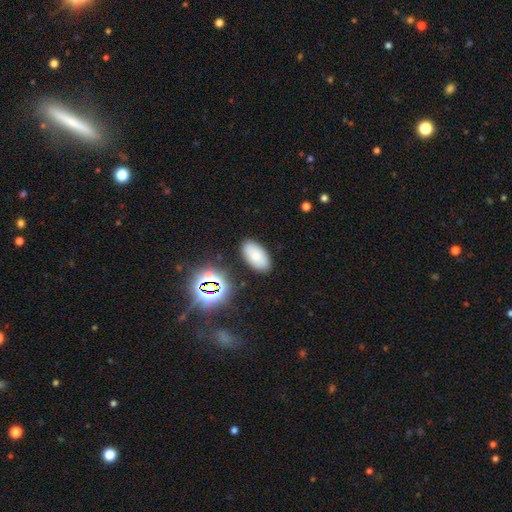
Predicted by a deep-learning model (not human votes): A smooth galaxy with no disk features (77%) that is in between round and cigar-shaped (94%).

Vote fractions:
- Smooth or featured? smooth: 77% / star or artifact: 13% / featured or disk: 9%
- How rounded? in between: 94% / round: 3% / cigar-shaped: 3%
- Merging? none: 85% / minor disturbance: 10% / major disturbance: 3% / merger: 2%